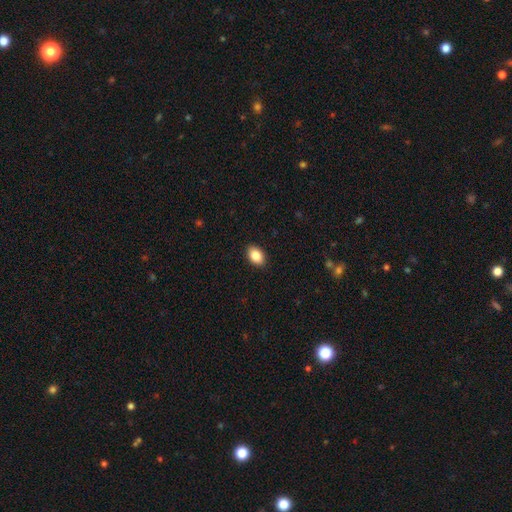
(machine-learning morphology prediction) smooth 87%, star or artifact 8%, featured or disk 6%. Down the decision tree: how rounded — in between (86%); merging — none (90%).